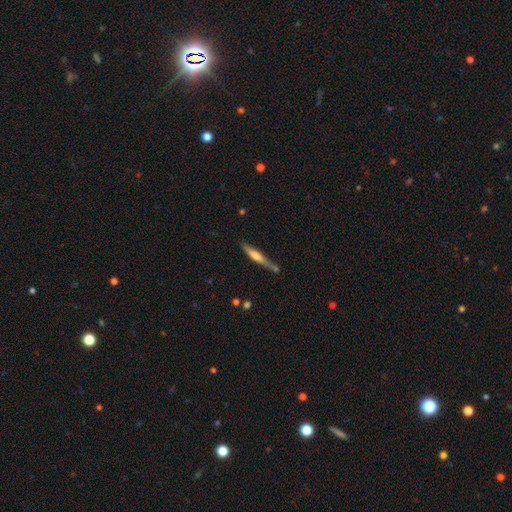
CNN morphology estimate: Smooth or featured: featured or disk — 53% (smooth — 41%)
Edge-on disk: yes — 95% (no — 5%)
Edge-on bulge: rounded — 62% (boxy — 19%)
Merging: none — 68% (minor disturbance — 19%)